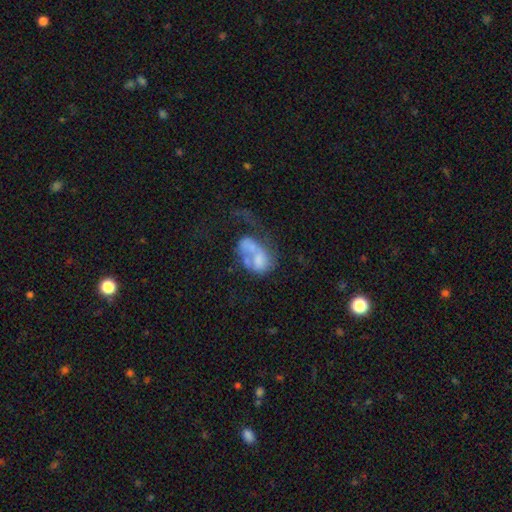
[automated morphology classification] A featured or disk galaxy (48%). Merging: merger (41%).